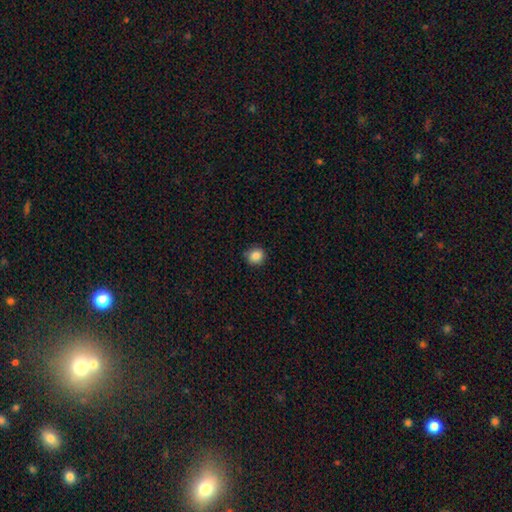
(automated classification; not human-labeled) This is clearly a smooth galaxy (86%). How rounded: clearly round (88%). Merging: clearly none (87%).